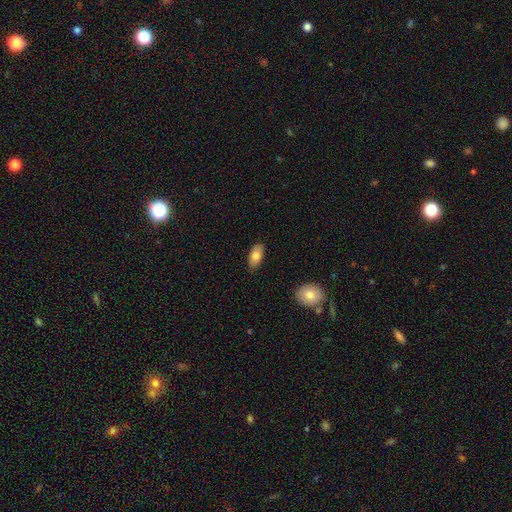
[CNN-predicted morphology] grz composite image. It shows a smooth galaxy with no disk features (79%) that is in between round and cigar-shaped (93%). Merging: none (86%).